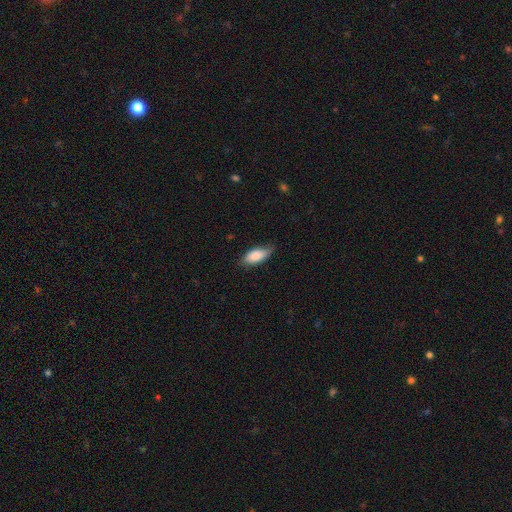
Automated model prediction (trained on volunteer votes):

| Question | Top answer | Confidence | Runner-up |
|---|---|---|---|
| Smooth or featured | smooth | 84% | featured or disk (10%) |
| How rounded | in between | 85% | cigar-shaped (12%) |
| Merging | none | 71% | minor disturbance (24%) |